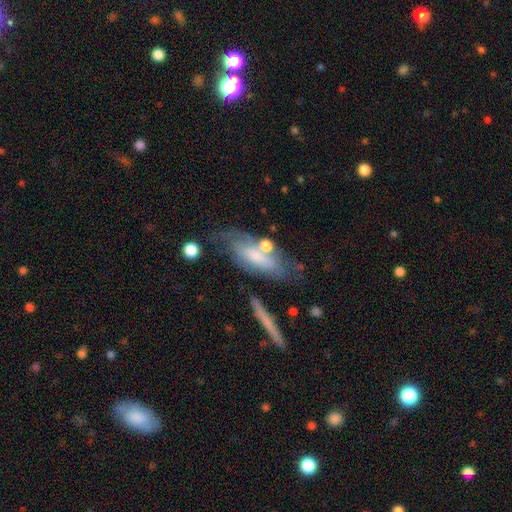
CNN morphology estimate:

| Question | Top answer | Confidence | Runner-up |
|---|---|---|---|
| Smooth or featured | smooth | 48% | featured or disk (45%) |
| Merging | none | 48% | minor disturbance (25%) |